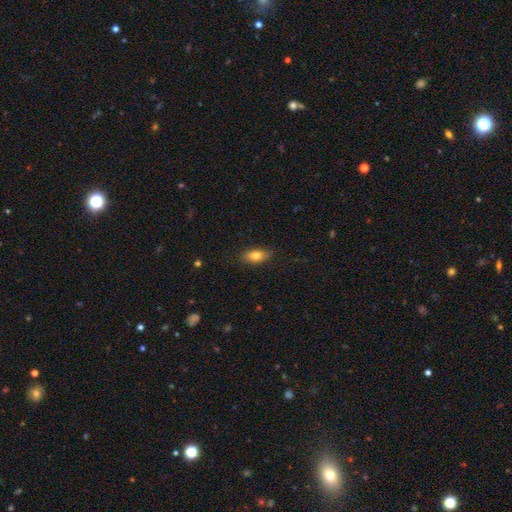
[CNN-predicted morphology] A smooth galaxy with no disk features (76%) that is in between round and cigar-shaped (84%). Merging: none (83%).